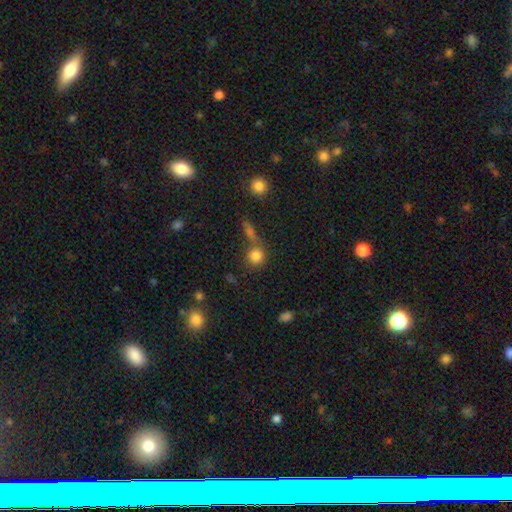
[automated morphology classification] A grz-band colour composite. It shows a smooth galaxy with no disk features (80%) that is round (88%). Merging: none (60%).